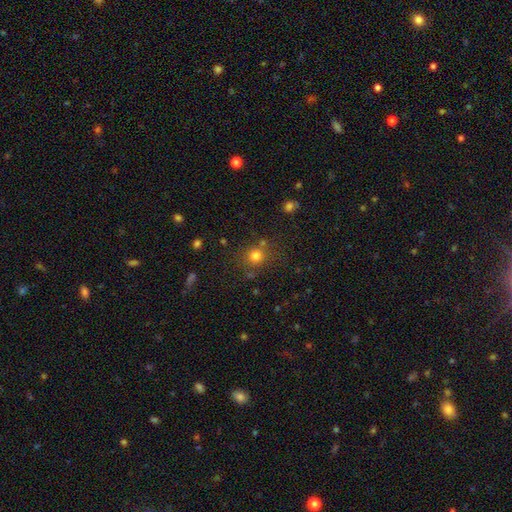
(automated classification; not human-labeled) smooth-or-featured: smooth: 77% | star or artifact: 16% | featured or disk: 7%
  how-rounded: round: 88% | in between: 11% | cigar-shaped: 1%
  merging: none: 76% | minor disturbance: 10% | merger: 9% | major disturbance: 5%